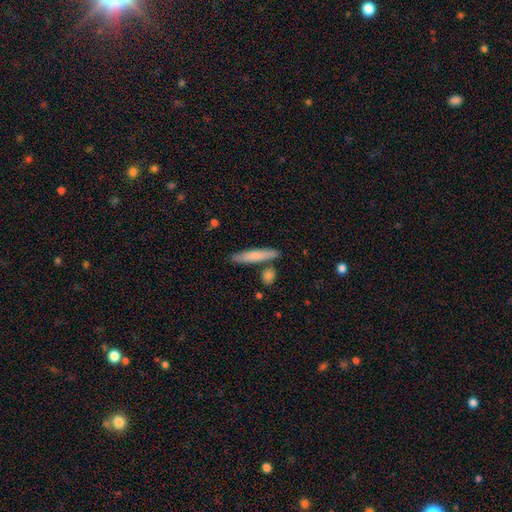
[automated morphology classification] A smooth galaxy with no disk features (74%) that is cigar-shaped (89%). Merging: none (80%).